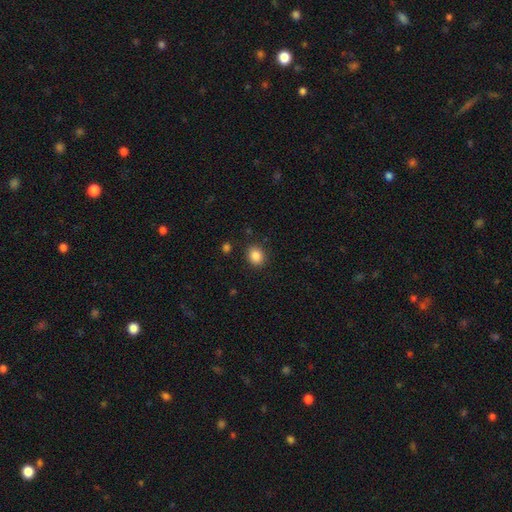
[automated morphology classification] This is clearly a smooth galaxy (87%). How rounded: possibly round (59%). Merging: clearly none (88%).